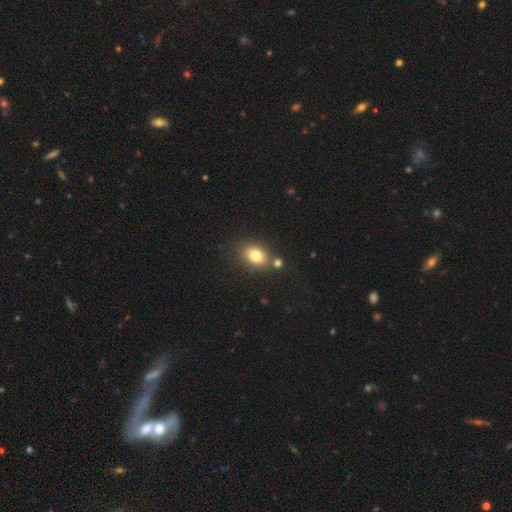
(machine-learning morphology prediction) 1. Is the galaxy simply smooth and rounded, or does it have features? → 80% smooth, 11% star or artifact, 10% featured or disk.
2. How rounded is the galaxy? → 71% in between, 27% round, 1% cigar-shaped.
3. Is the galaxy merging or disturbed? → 71% none, 14% merger, 12% minor disturbance, 4% major disturbance.